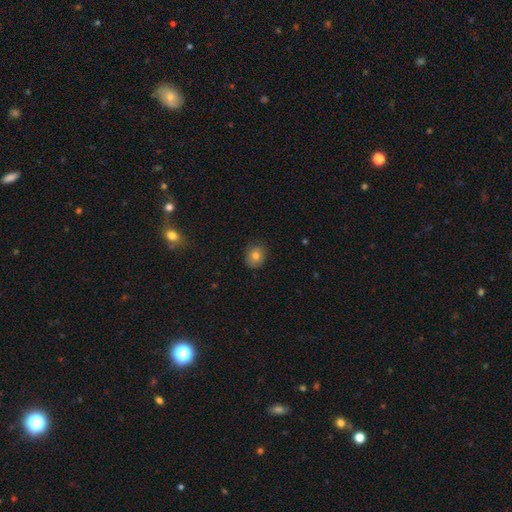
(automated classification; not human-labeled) Smooth or featured? smooth (75%)
How rounded? round (63%)
Merging? none (81%)